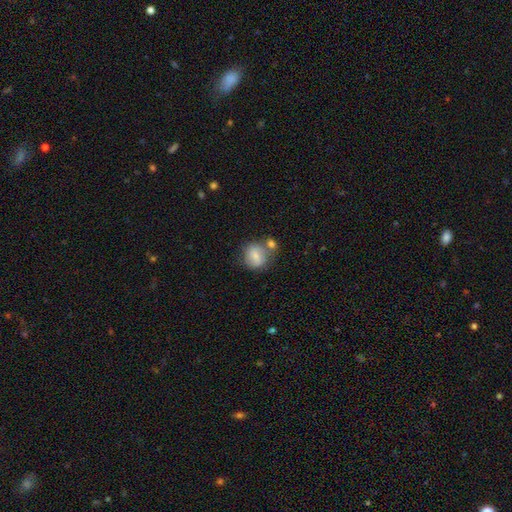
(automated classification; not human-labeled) Q: Smooth or featured?
A: smooth (70%); runner-up: featured or disk (22%)
Q: How rounded?
A: round (73%); runner-up: in between (26%)
Q: Merging?
A: none (52%); runner-up: merger (26%)